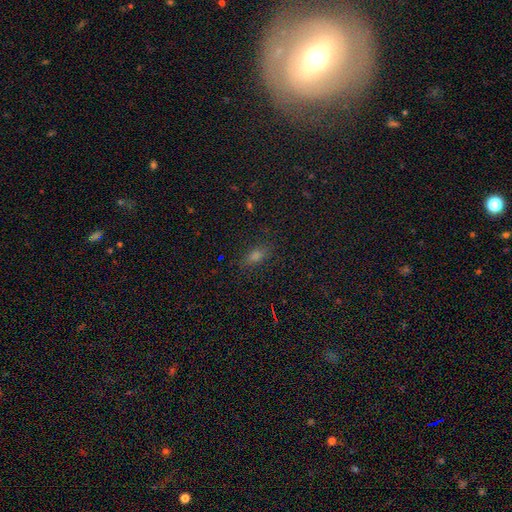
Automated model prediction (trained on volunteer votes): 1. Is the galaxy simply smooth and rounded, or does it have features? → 66% smooth, 25% star or artifact, 10% featured or disk.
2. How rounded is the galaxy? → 77% in between, 13% cigar-shaped, 10% round.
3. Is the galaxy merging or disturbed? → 84% none, 11% minor disturbance, 3% major disturbance, 1% merger.